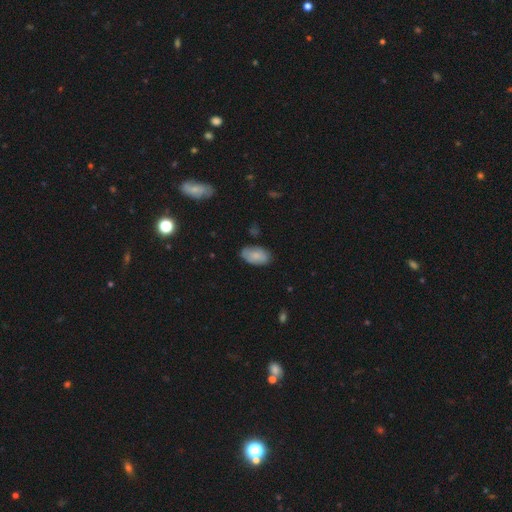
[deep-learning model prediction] Overall: smooth (79%). How rounded: in between (94%). Merging: none (77%).